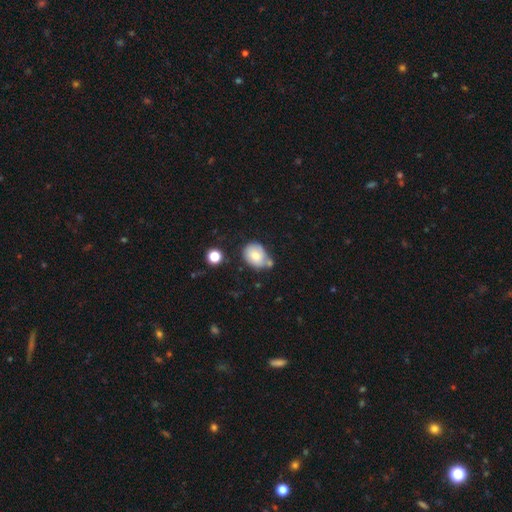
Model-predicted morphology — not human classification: Smooth or featured: smooth — 73% (featured or disk — 18%)
How rounded: round — 53% (in between — 46%)
Merging: none — 48% (minor disturbance — 24%)